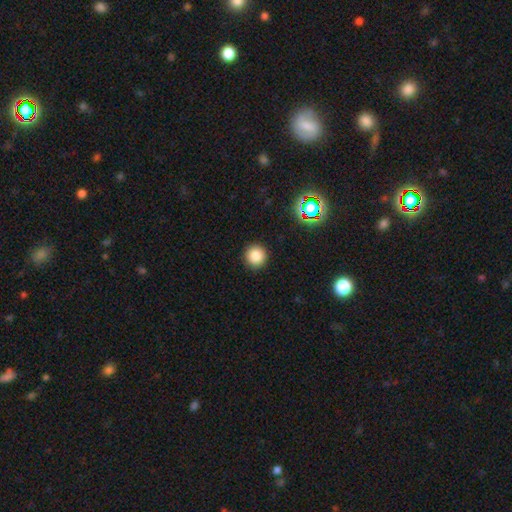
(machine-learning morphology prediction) Smooth or featured? smooth (84%)
How rounded? round (95%)
Merging? none (92%)